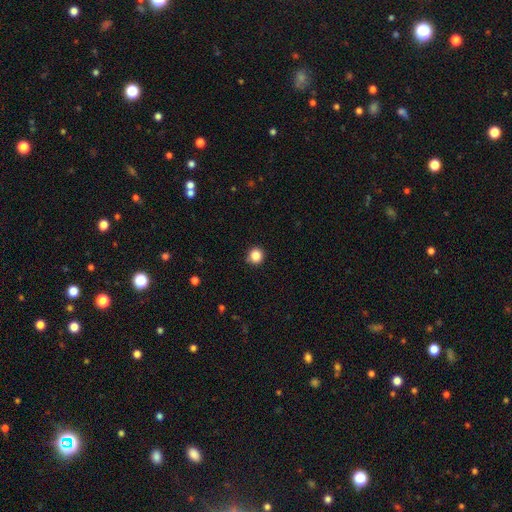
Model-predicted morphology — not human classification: smooth 85%, star or artifact 11%, featured or disk 4%. Down the decision tree: how rounded — round (94%); merging — none (89%).